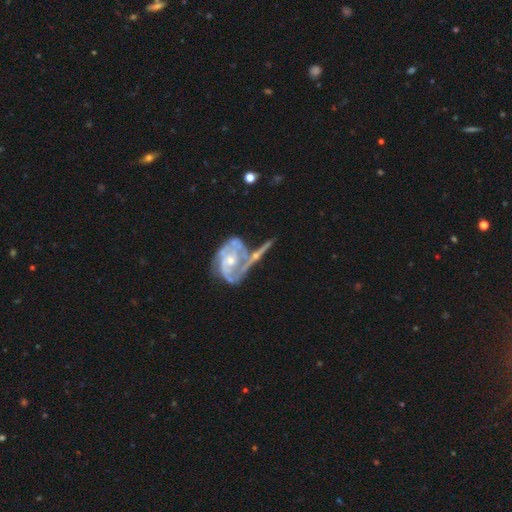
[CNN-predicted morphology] Smooth or featured? featured or disk (82%)
Edge-on disk? no (90%)
Bar? no (67%)
Spiral arms? yes (80%)
Spiral winding? tight (45%)
Spiral arm count? 2 (43%)
Bulge size? small (47%)
Merging? merger (33%)